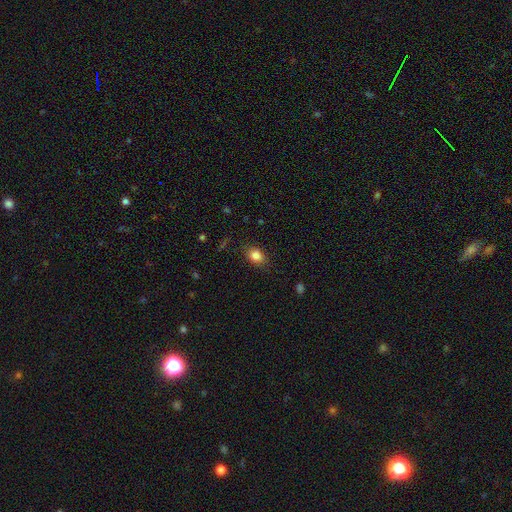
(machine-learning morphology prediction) type=smooth (83%); roundness=in between (64%); merging=none (83%).